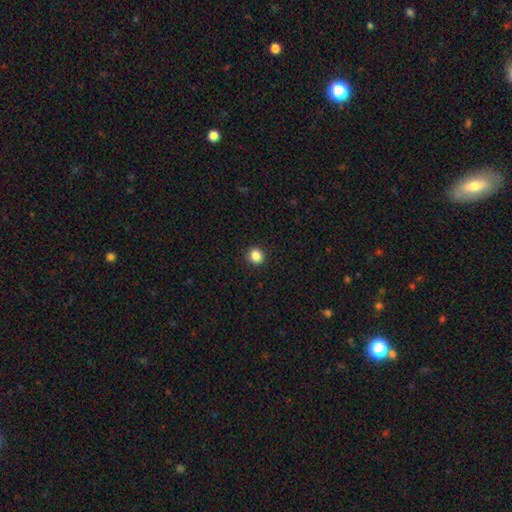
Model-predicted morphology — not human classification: This appears to be a smooth galaxy with no disk features (86%) that is round (85%). Merging: none (92%).